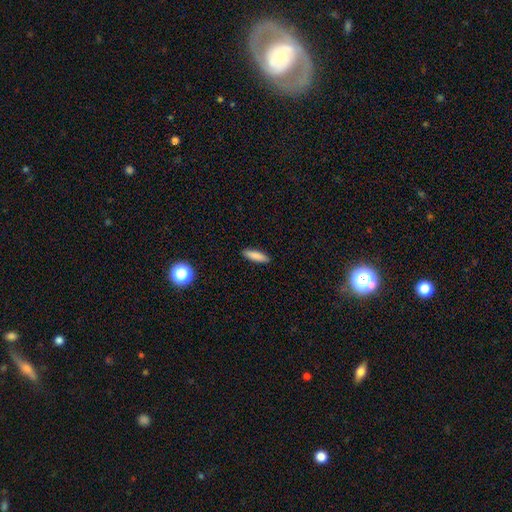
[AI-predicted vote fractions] smooth-or-featured: smooth: 86% | featured or disk: 7% | star or artifact: 7%
  how-rounded: cigar-shaped: 62% | in between: 36% | round: 2%
  merging: none: 90% | minor disturbance: 7% | major disturbance: 2% | merger: 1%